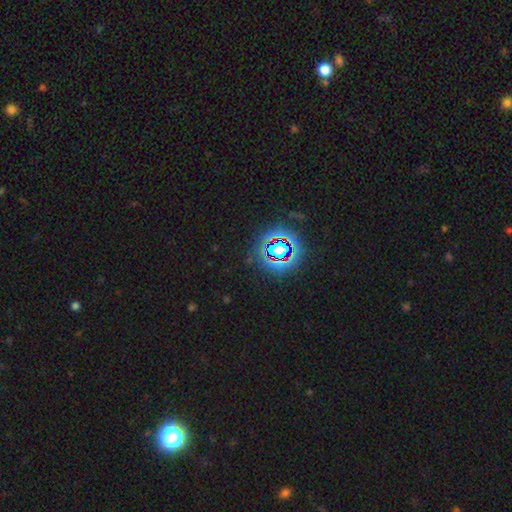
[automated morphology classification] The model was most divided on "smooth or featured": star or artifact: 78%, smooth: 14%, featured or disk: 8%.